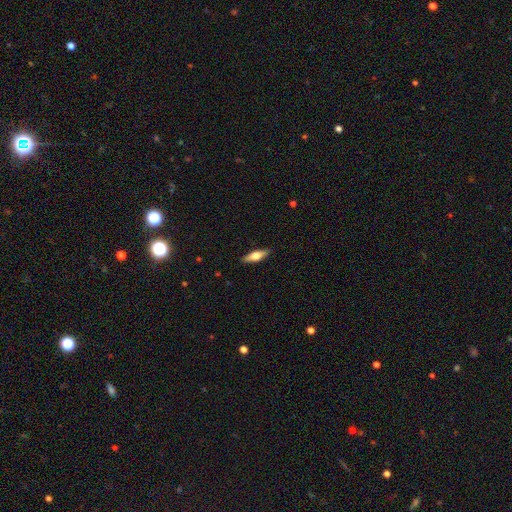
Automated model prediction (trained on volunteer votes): smooth_or_featured: smooth (p=0.54) [alt: featured or disk p=0.40]
how_rounded: cigar-shaped (p=0.52) [alt: in between p=0.46]
merging: none (p=0.89) [alt: minor disturbance p=0.08]